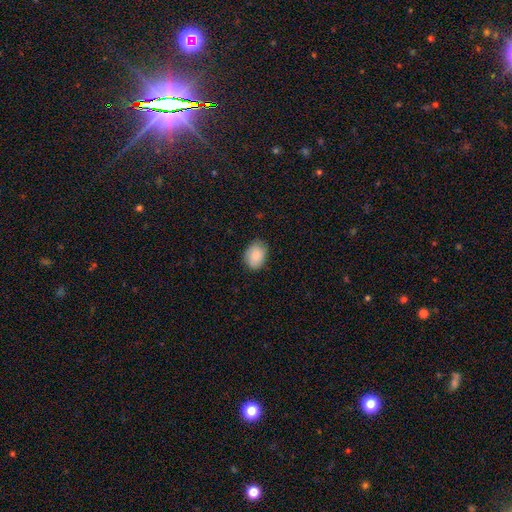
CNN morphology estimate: Smooth or featured? Predicted: smooth (p=0.88). How rounded? Predicted: in between (p=0.75). Merging? Predicted: none (p=0.81).